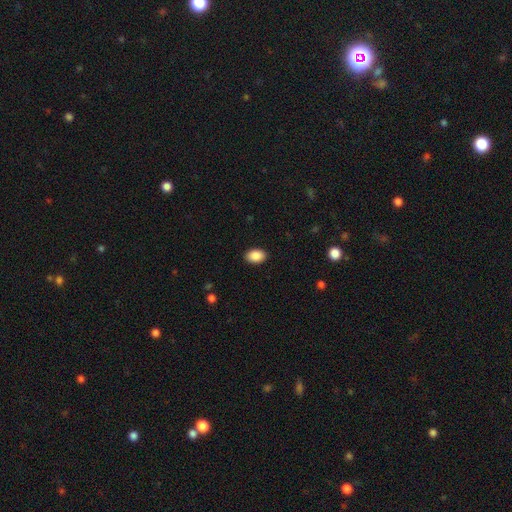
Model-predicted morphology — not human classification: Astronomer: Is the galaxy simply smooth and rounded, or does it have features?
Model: smooth — 89%.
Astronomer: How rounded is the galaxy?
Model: in between — 87%.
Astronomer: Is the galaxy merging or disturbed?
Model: none — 90%.